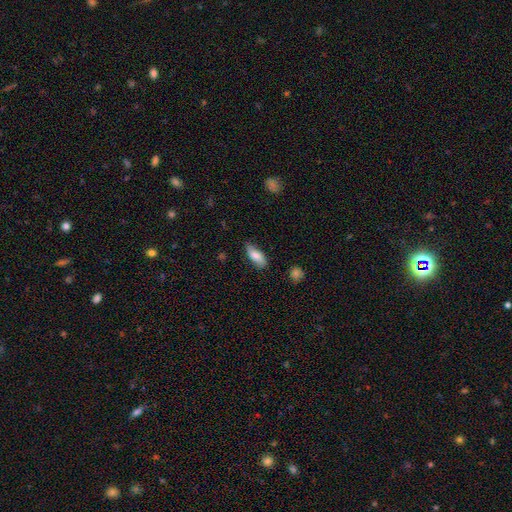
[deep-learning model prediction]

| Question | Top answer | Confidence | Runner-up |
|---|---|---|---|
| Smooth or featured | smooth | 78% | featured or disk (15%) |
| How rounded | in between | 81% | cigar-shaped (16%) |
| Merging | none | 76% | minor disturbance (19%) |